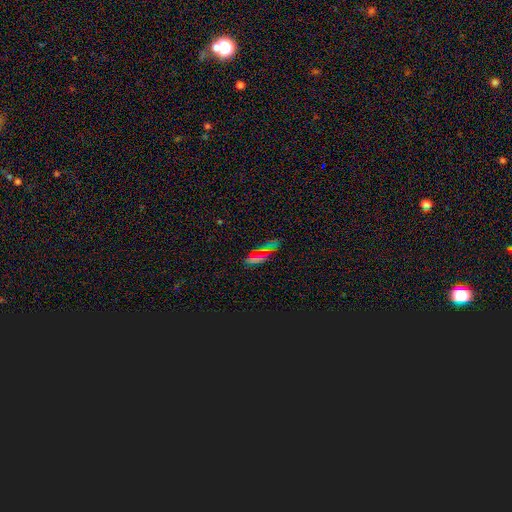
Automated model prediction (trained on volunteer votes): Morphology: type=smooth (46%); merging=none (73%).